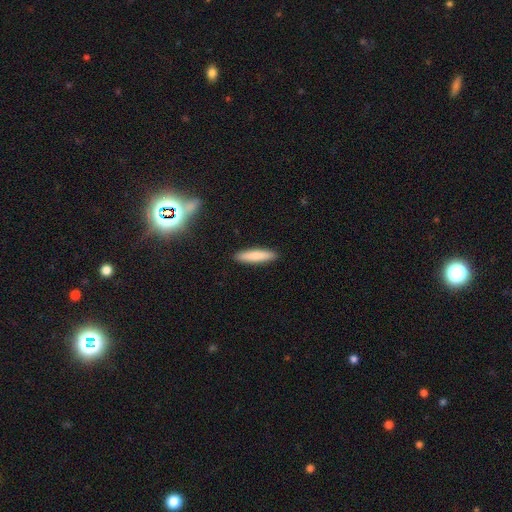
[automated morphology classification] Overall: smooth (82%). How rounded: cigar-shaped (84%). Merging: none (92%).